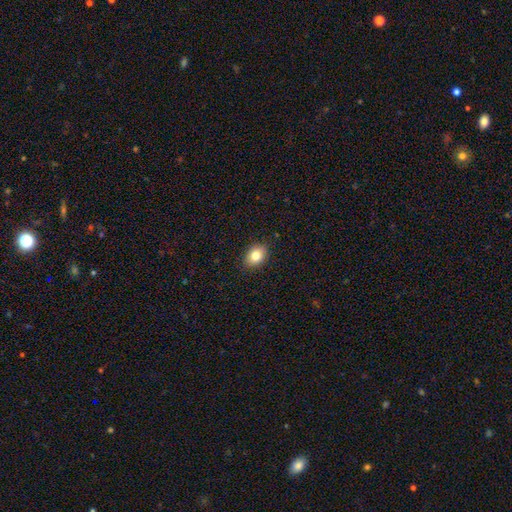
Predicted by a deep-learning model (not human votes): Morphology: type=smooth (81%); roundness=in between (75%); merging=none (87%).